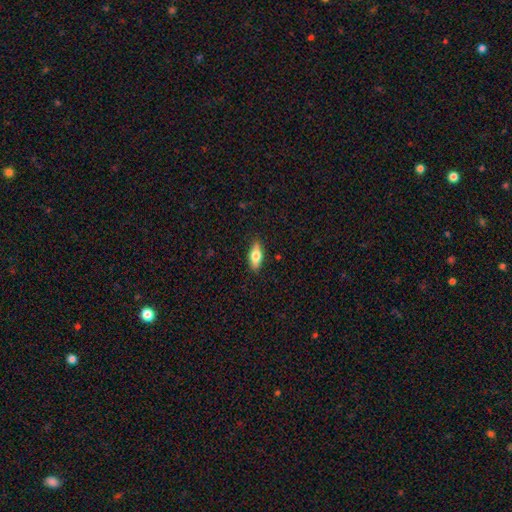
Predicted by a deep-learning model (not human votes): Morphology: type=smooth (67%); roundness=in between (75%); merging=none (87%).